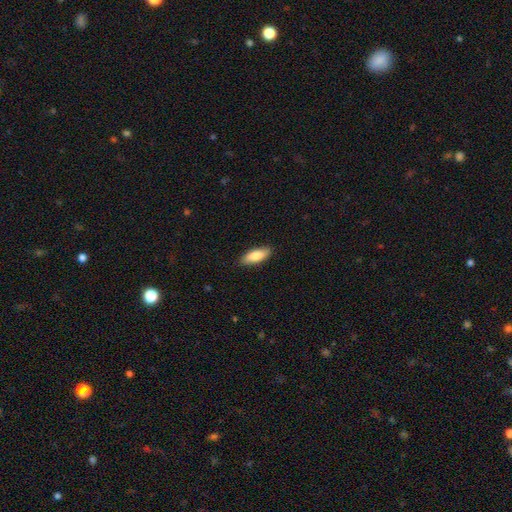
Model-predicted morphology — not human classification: This appears to be a smooth galaxy with no disk features (81%) that is in between round and cigar-shaped (73%). Merging: none (88%).